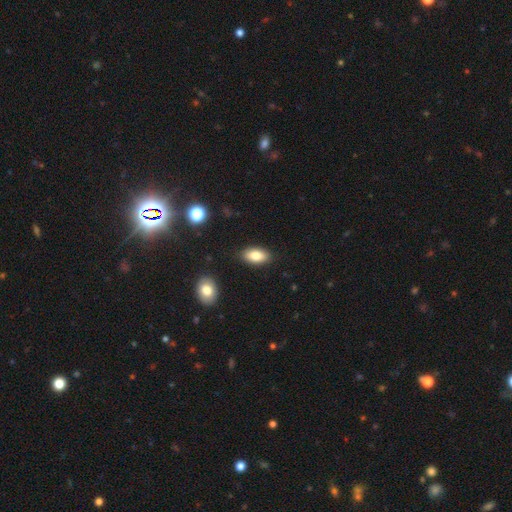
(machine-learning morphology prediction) This is clearly a smooth galaxy (82%). How rounded: clearly in between (93%). Merging: clearly none (87%).